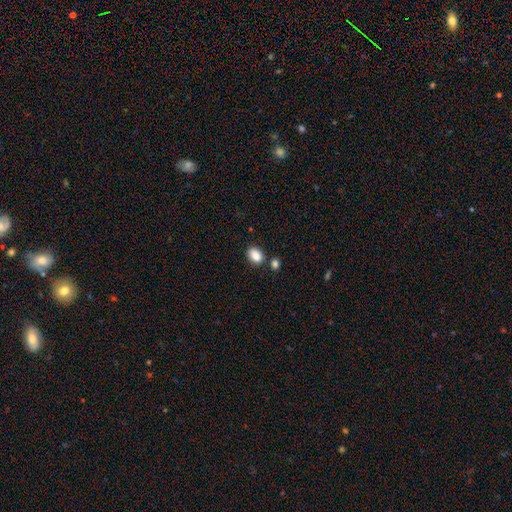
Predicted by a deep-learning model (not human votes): smooth 86%, star or artifact 9%, featured or disk 5%. Down the decision tree: how rounded — in between (74%); merging — none (73%).